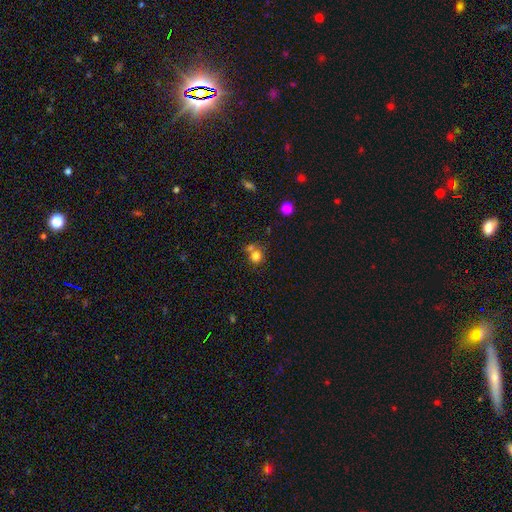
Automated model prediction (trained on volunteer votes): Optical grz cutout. It shows a smooth galaxy with no disk features (78%) that is round (83%). Merging: none (52%).